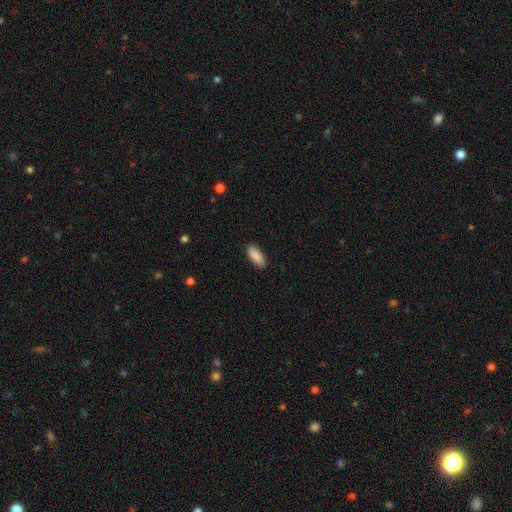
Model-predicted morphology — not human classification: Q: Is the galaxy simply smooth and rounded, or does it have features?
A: smooth — 89%.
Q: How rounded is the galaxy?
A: in between — 81%.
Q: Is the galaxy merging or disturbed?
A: none — 88%.